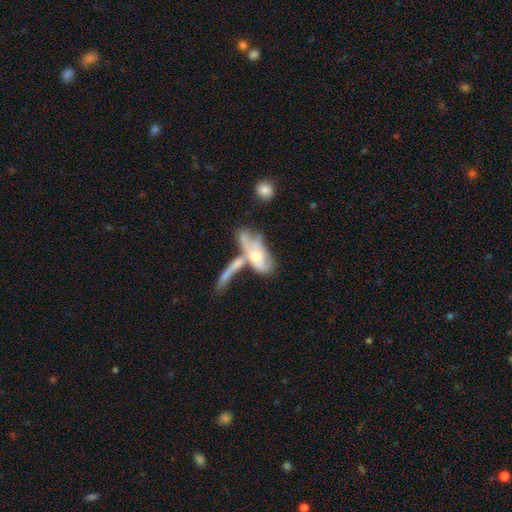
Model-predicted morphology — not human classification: featured or disk 51%, smooth 43%, star or artifact 7%. Down the decision tree: edge-on disk — no (79%); merging — merger (54%).